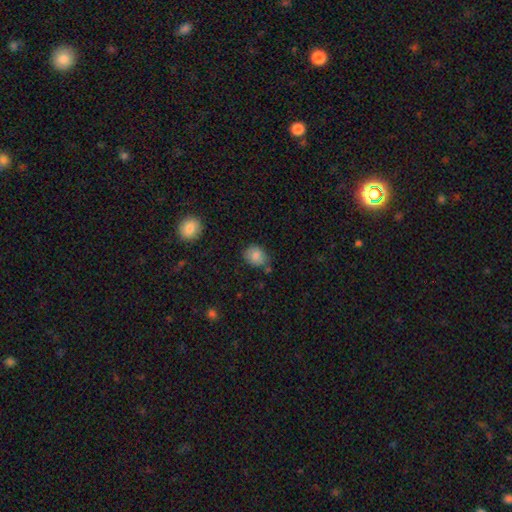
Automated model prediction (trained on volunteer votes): The model was most divided on "how rounded": round: 54%, in between: 45%, cigar-shaped: 1%. More confident: smooth or featured — smooth (84%); merging — none (71%).